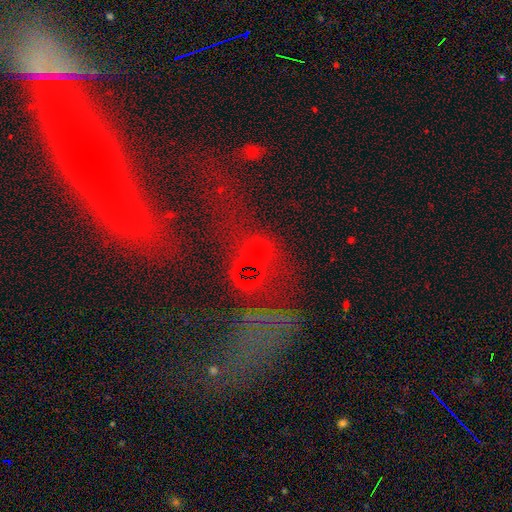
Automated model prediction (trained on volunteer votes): Smooth or featured: star or artifact — 37% (featured or disk — 36%)